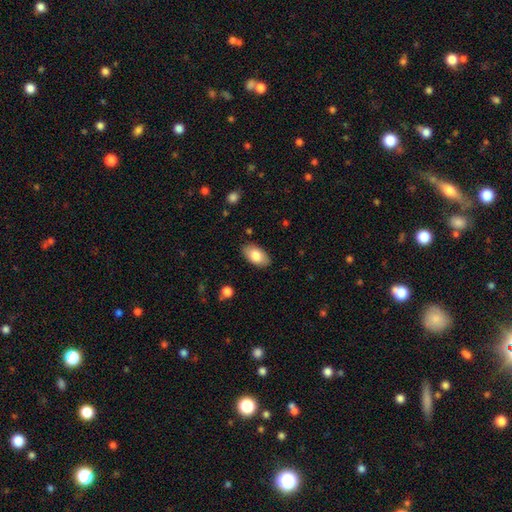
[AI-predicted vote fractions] Q: Smooth or featured?
A: smooth (82%); runner-up: featured or disk (12%)
Q: How rounded?
A: in between (95%); runner-up: round (4%)
Q: Merging?
A: none (86%); runner-up: minor disturbance (11%)